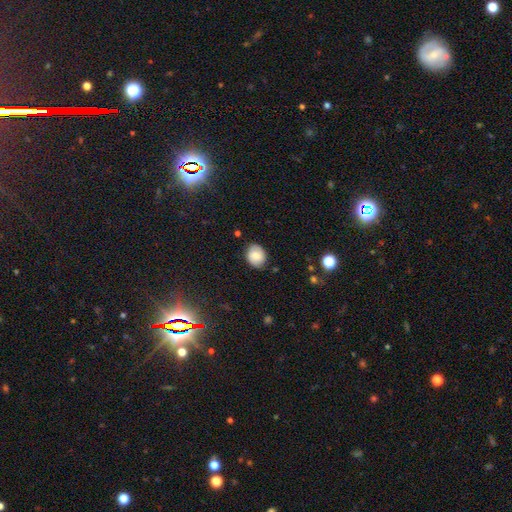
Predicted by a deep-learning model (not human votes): Overall: smooth (77%). How rounded: round (53%; in between 46%). Merging: none (82%).